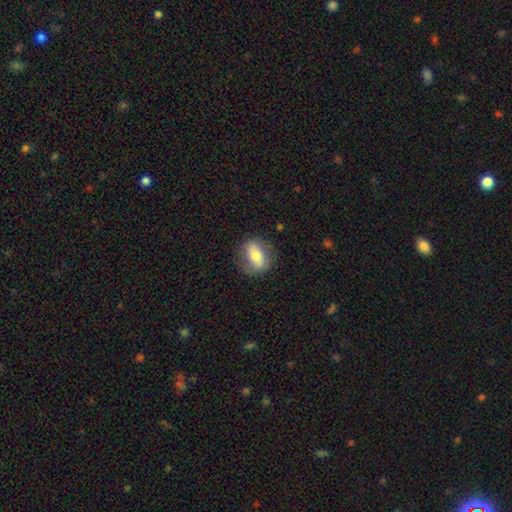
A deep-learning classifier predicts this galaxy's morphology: smooth 60%, featured or disk 33%, star or artifact 7%. Down the decision tree: how rounded — in between (71%); merging — none (76%).